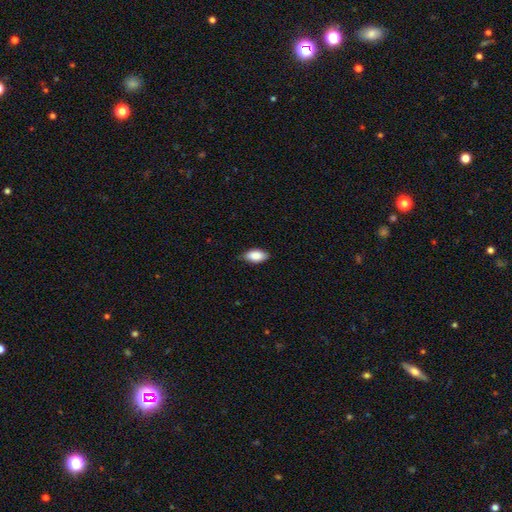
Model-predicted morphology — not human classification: Smooth or featured? Predicted: smooth (p=0.87). How rounded? Predicted: in between (p=0.92). Merging? Predicted: none (p=0.79).